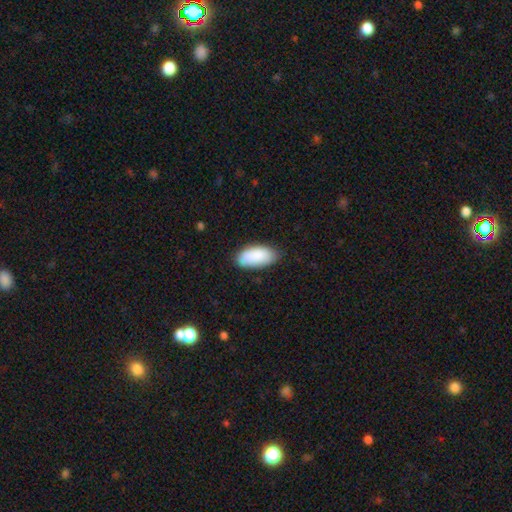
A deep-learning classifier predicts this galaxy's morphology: Q: Smooth or featured?
A: smooth (88%); runner-up: star or artifact (6%)
Q: How rounded?
A: in between (94%); runner-up: cigar-shaped (4%)
Q: Merging?
A: none (78%); runner-up: minor disturbance (18%)